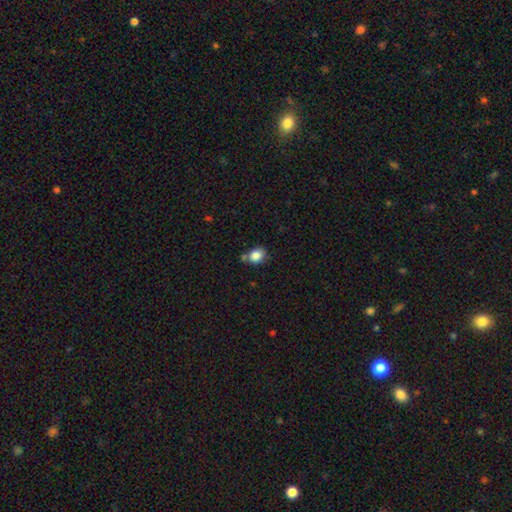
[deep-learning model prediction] smooth-or-featured: smooth: 84% | star or artifact: 9% | featured or disk: 6%
  how-rounded: round: 52% | in between: 47% | cigar-shaped: 1%
  merging: none: 61% | minor disturbance: 20% | merger: 15% | major disturbance: 5%